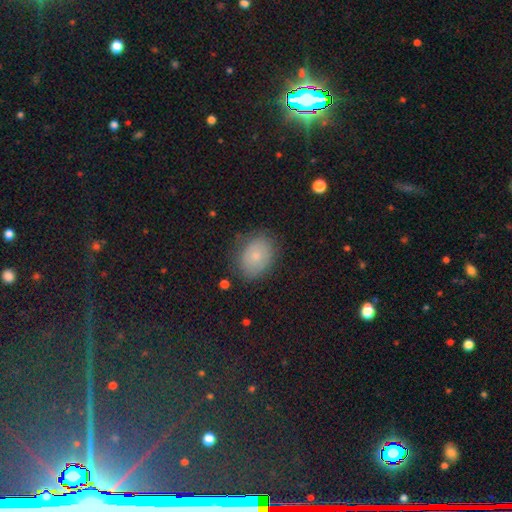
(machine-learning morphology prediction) The model was most divided on "how rounded": in between: 68%, round: 31%, cigar-shaped: 1%. More confident: merging — none (78%); smooth or featured — smooth (71%).